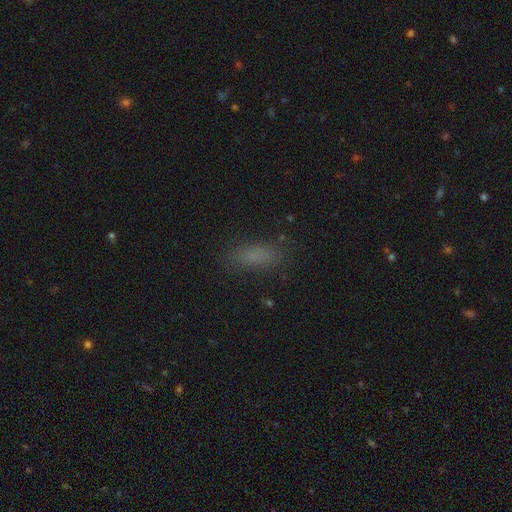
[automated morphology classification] The model was most divided on "how rounded": in between: 68%, cigar-shaped: 29%, round: 4%. More confident: merging — none (81%); smooth or featured — smooth (78%).